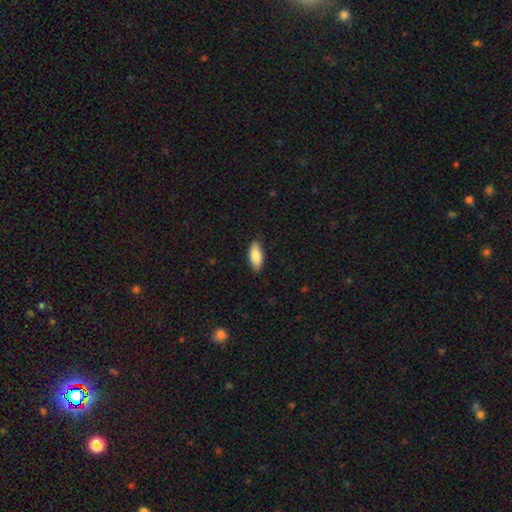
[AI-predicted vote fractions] Smooth or featured?
  - smooth: 86% *
  - featured or disk: 9%
  - star or artifact: 6%
How rounded?
  - in between: 82% *
  - cigar-shaped: 16%
  - round: 2%
Merging?
  - none: 85% *
  - minor disturbance: 12%
  - major disturbance: 2%
  - merger: 1%